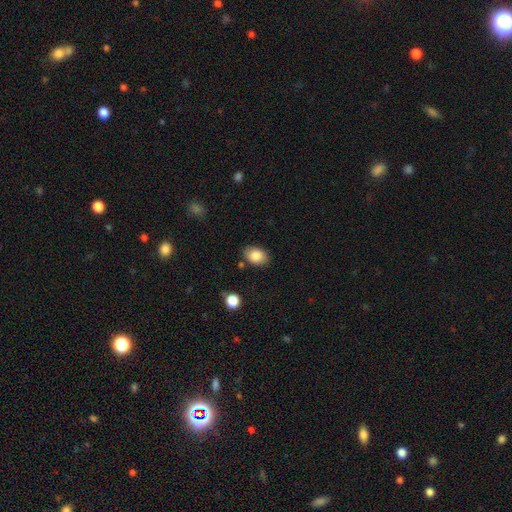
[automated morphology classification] A smooth galaxy with no disk features (85%) that is in between round and cigar-shaped (78%).

Vote fractions:
- Smooth or featured? smooth: 85% / star or artifact: 8% / featured or disk: 7%
- How rounded? in between: 78% / round: 21% / cigar-shaped: 1%
- Merging? none: 81% / minor disturbance: 13% / merger: 3% / major disturbance: 3%